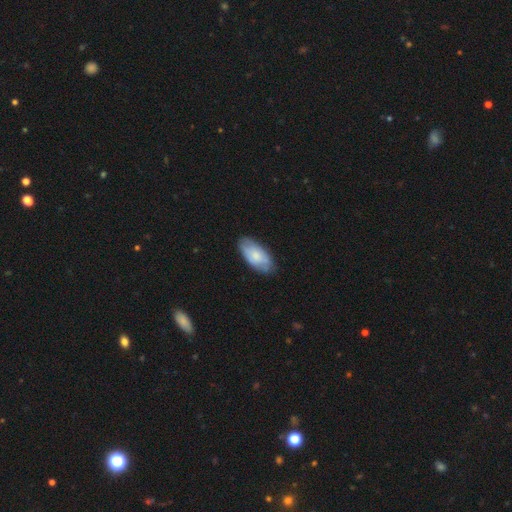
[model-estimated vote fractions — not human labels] smooth_or_featured: smooth (p=0.67) [alt: featured or disk p=0.27]
how_rounded: in between (p=0.92) [alt: cigar-shaped p=0.05]
merging: none (p=0.75) [alt: minor disturbance p=0.20]